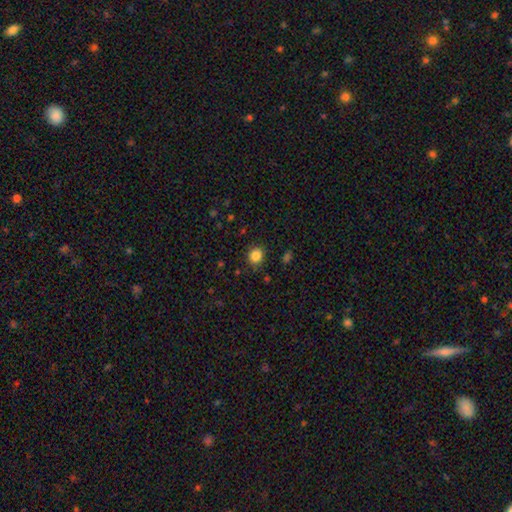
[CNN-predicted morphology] The model was most divided on "how rounded": round: 78%, in between: 21%, cigar-shaped: 1%. More confident: merging — none (86%); smooth or featured — smooth (85%).